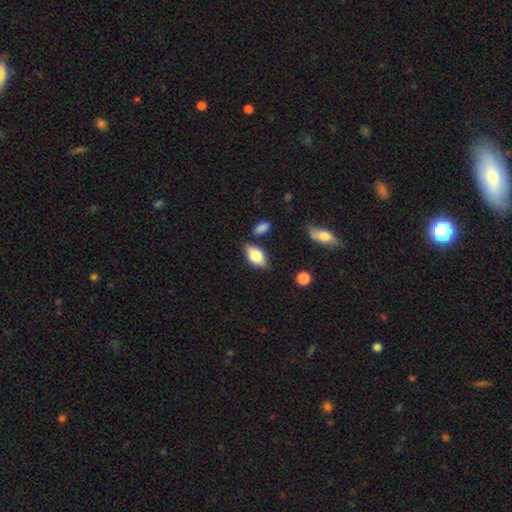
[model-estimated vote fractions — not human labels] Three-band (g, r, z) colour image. It shows a smooth galaxy with no disk features (70%) that is in between round and cigar-shaped (89%). Merging: none (75%).